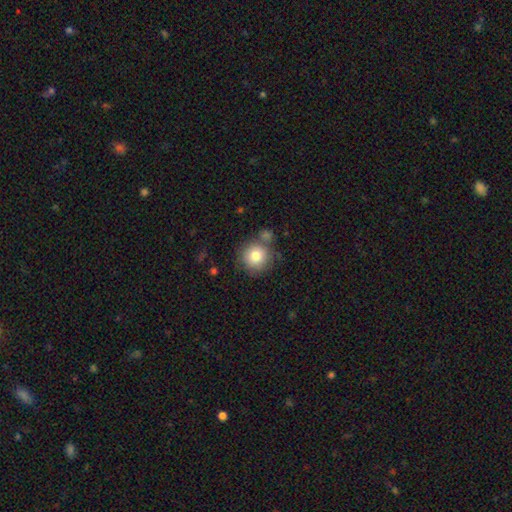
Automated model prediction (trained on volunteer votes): smooth-or-featured: smooth: 79% | featured or disk: 11% | star or artifact: 10%
  how-rounded: round: 93% | in between: 6% | cigar-shaped: 1%
  merging: none: 71% | merger: 13% | minor disturbance: 12% | major disturbance: 4%